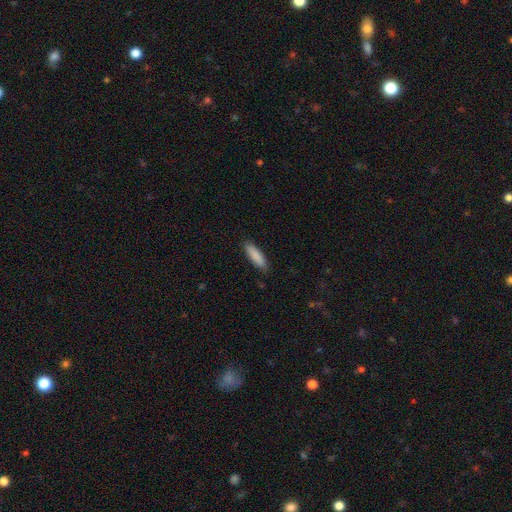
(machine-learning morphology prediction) type=smooth (88%); roundness=cigar-shaped (58%); merging=none (87%).